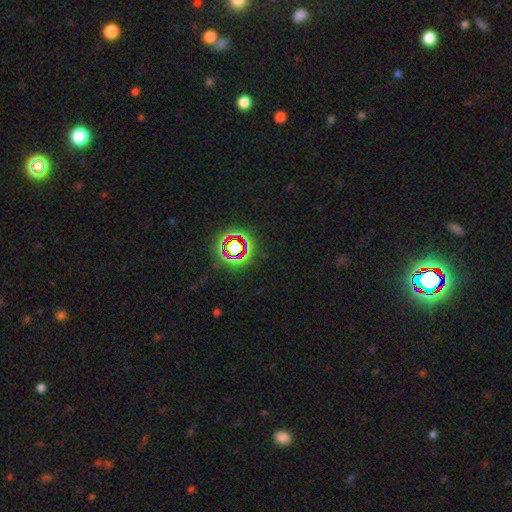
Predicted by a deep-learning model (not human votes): The model was most divided on "smooth or featured": star or artifact: 63%, smooth: 20%, featured or disk: 17%.